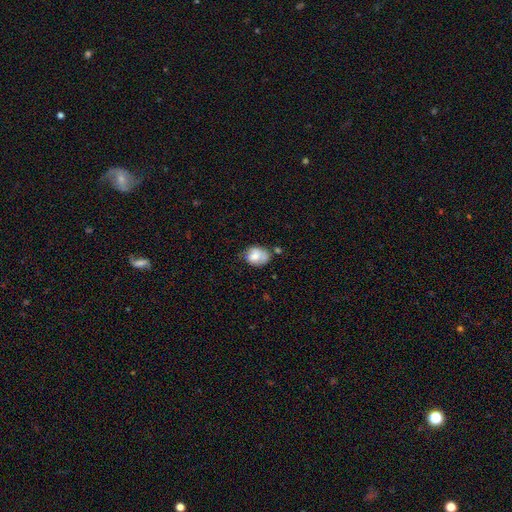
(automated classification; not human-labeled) Morphology: type=smooth (73%); roundness=in between (62%); merging=none (42%).